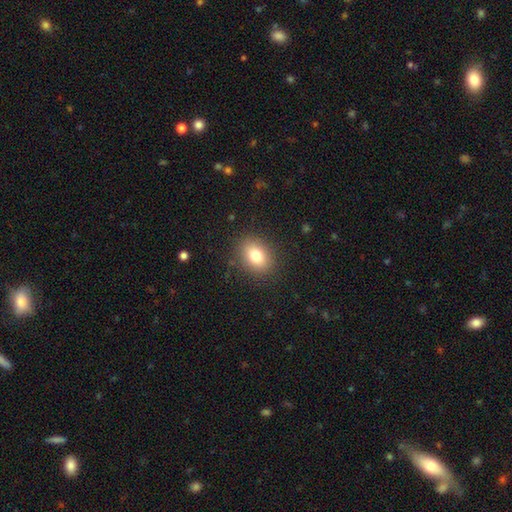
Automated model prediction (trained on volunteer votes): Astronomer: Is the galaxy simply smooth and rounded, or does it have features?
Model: smooth — 80%.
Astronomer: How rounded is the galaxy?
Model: in between — 64%.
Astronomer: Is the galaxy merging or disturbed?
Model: none — 87%.